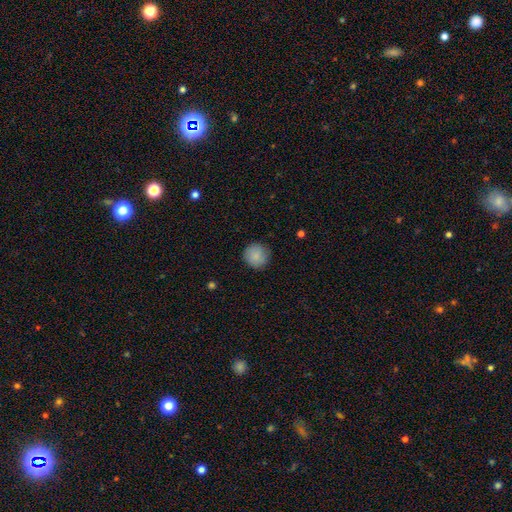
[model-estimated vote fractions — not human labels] This is clearly a smooth galaxy (87%). How rounded: clearly round (94%). Merging: clearly none (87%).